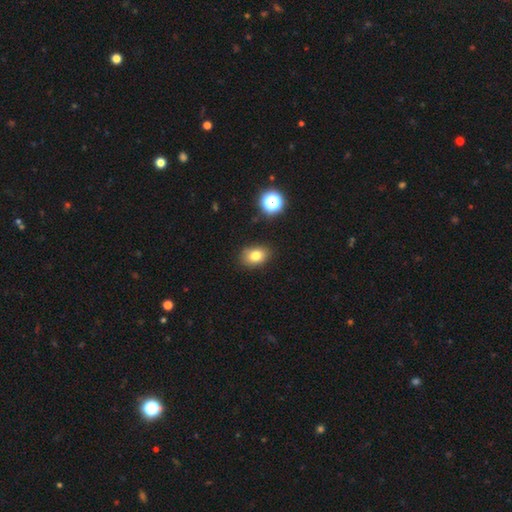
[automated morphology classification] Smooth or featured? Predicted: smooth (p=0.79). How rounded? Predicted: in between (p=0.71). Merging? Predicted: none (p=0.83).